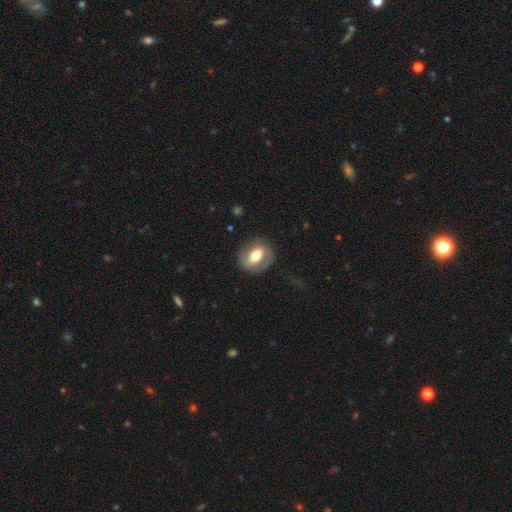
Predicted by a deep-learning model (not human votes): Smooth or featured: featured or disk — 49% (smooth — 44%)
Merging: none — 77% (minor disturbance — 14%)